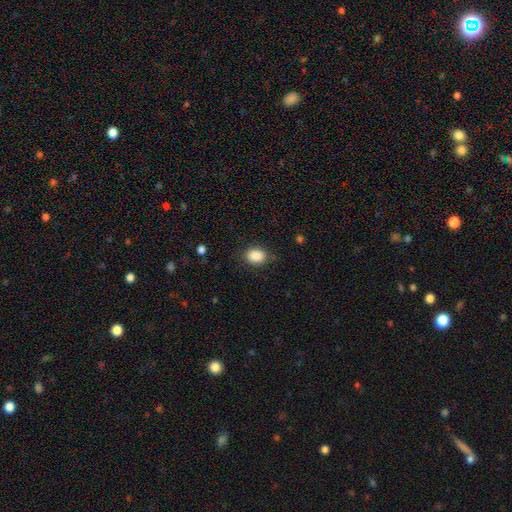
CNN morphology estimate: A smooth galaxy with no disk features (88%) that is in between round and cigar-shaped (69%). Merging: none (81%).